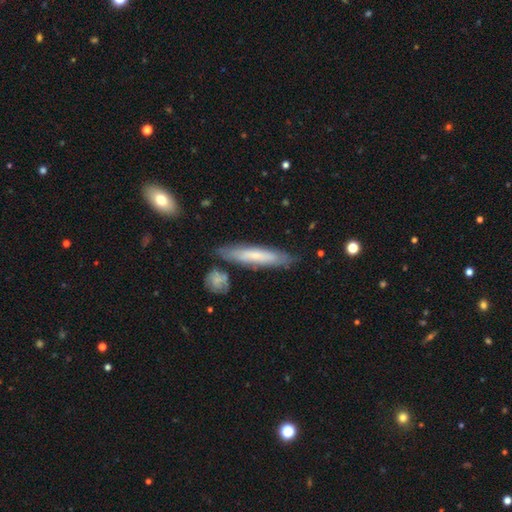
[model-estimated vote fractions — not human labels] Overall: smooth (57%; featured or disk 37%). How rounded: cigar-shaped (87%). Merging: none (77%).